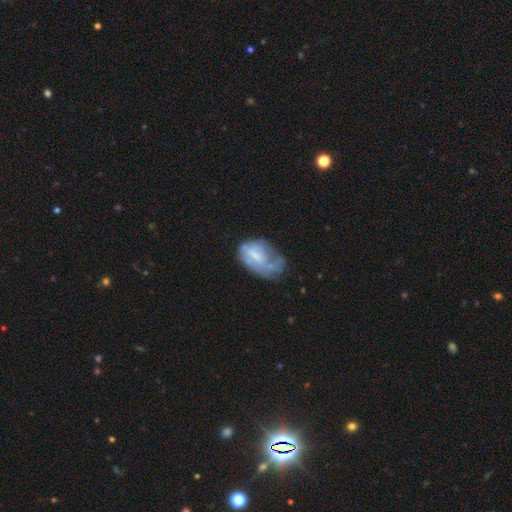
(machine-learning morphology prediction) Smooth or featured: featured or disk — 48% (smooth — 44%)
Merging: minor disturbance — 32% (none — 31%)